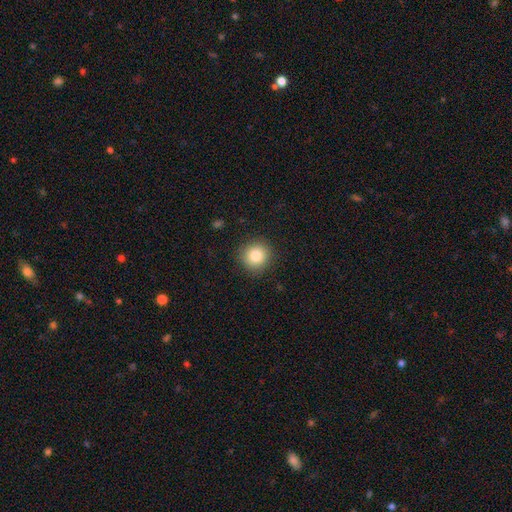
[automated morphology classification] smooth-or-featured: smooth: 83% | star or artifact: 10% | featured or disk: 7%
  how-rounded: round: 91% | in between: 8% | cigar-shaped: 1%
  merging: none: 90% | minor disturbance: 7% | major disturbance: 2% | merger: 1%